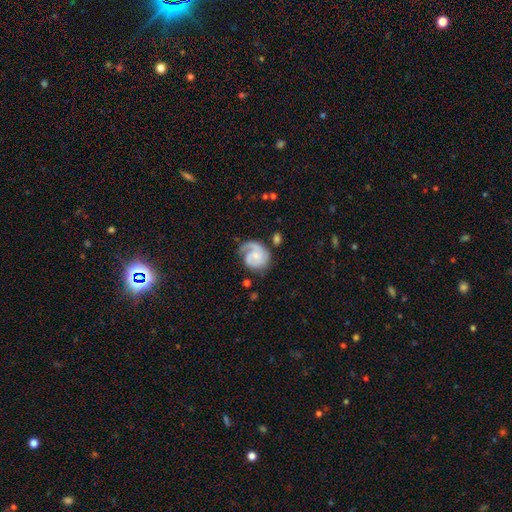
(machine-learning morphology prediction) Smooth or featured? featured or disk (80%)
Edge-on disk? no (98%)
Bar? no (64%)
Spiral arms? yes (96%)
Spiral winding? tight (52%)
Spiral arm count? 2 (44%)
Bulge size? small (56%)
Merging? none (59%)